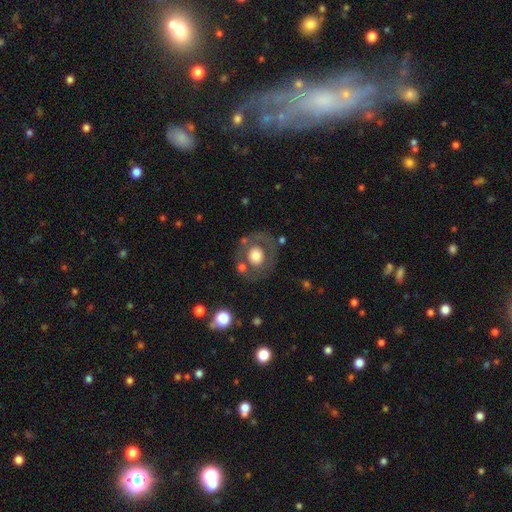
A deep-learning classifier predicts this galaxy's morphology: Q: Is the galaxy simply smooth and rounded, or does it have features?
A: smooth — 56%.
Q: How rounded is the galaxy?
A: round — 83%.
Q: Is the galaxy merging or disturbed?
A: none — 73%.